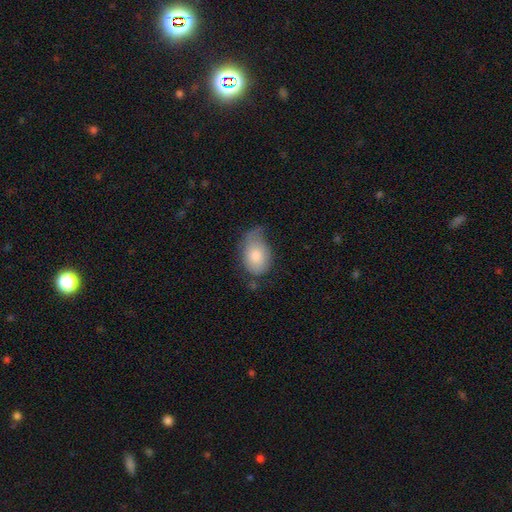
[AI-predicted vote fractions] A smooth galaxy with no disk features (75%) that is in between round and cigar-shaped (77%). Merging: minor disturbance (42%).